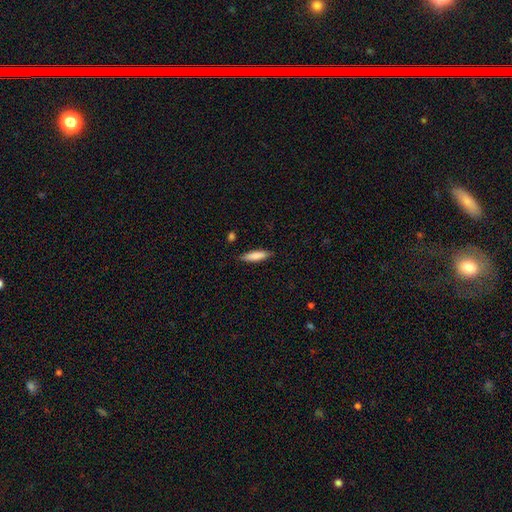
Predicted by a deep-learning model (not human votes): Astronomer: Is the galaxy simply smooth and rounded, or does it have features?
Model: smooth — 81%.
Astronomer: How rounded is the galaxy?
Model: cigar-shaped — 72%.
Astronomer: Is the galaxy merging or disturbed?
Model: none — 87%.